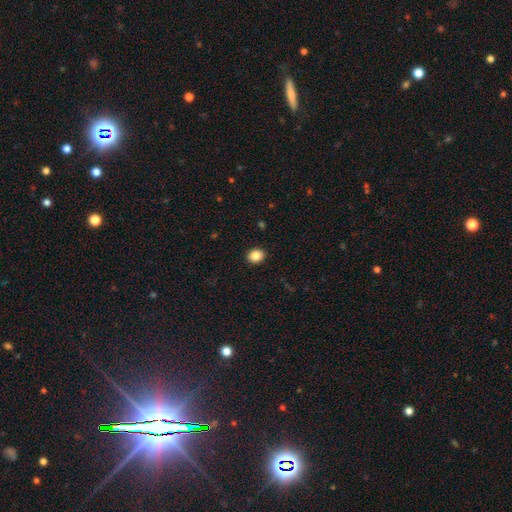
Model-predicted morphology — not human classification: Smooth or featured?
  - smooth: 86% *
  - star or artifact: 9%
  - featured or disk: 5%
How rounded?
  - round: 67% *
  - in between: 32%
  - cigar-shaped: 1%
Merging?
  - none: 92% *
  - minor disturbance: 6%
  - major disturbance: 2%
  - merger: 1%